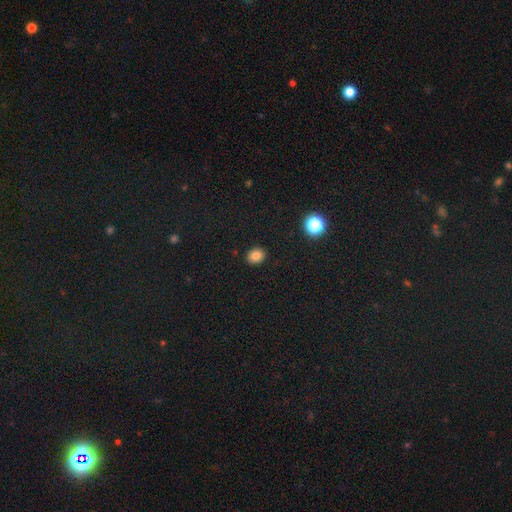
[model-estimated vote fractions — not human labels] smooth 83%, star or artifact 12%, featured or disk 5%. Down the decision tree: how rounded — in between (52%); merging — none (90%).